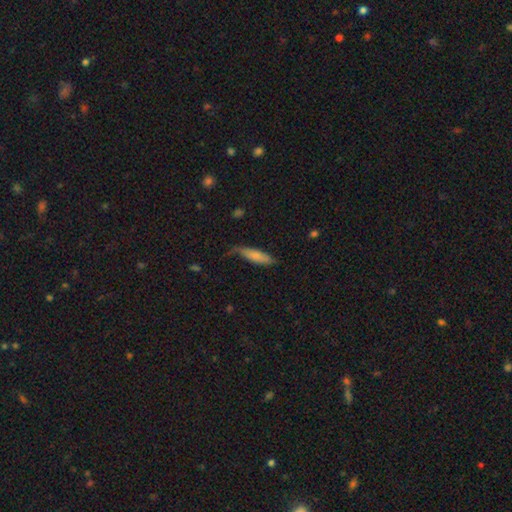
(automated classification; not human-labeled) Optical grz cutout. It shows a smooth galaxy with no disk features (74%) that is cigar-shaped (60%). Merging: none (55%).